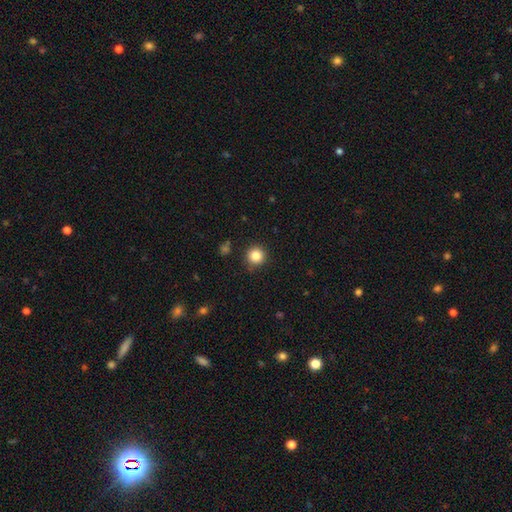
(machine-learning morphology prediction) Q: Smooth or featured?
A: smooth (84%); runner-up: star or artifact (11%)
Q: How rounded?
A: round (95%); runner-up: in between (4%)
Q: Merging?
A: none (90%); runner-up: minor disturbance (6%)